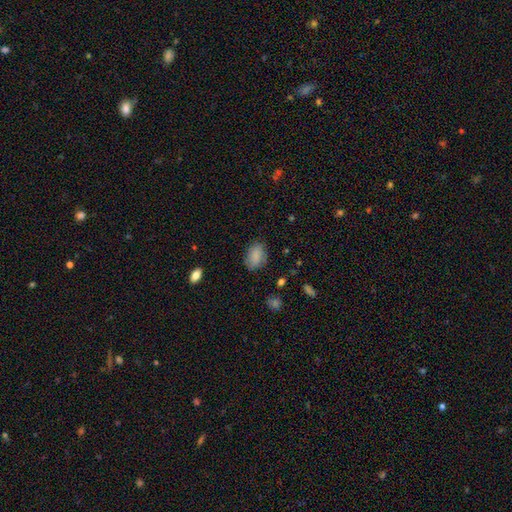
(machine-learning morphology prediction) smooth 84%, featured or disk 8%, star or artifact 8%. Down the decision tree: how rounded — in between (84%); merging — none (79%).